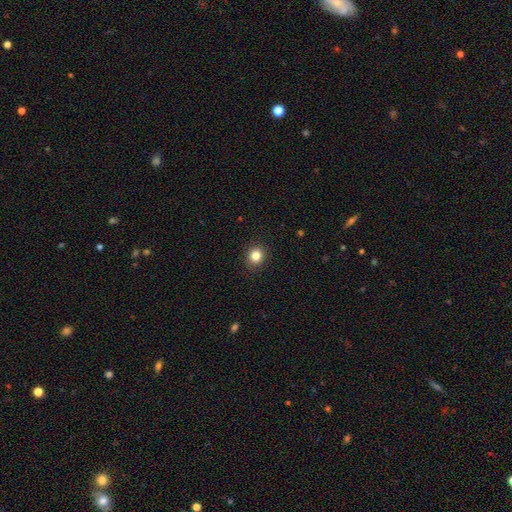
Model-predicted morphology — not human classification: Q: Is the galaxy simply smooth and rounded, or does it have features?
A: smooth — 83%.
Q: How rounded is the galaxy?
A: round — 84%.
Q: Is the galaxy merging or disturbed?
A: none — 91%.